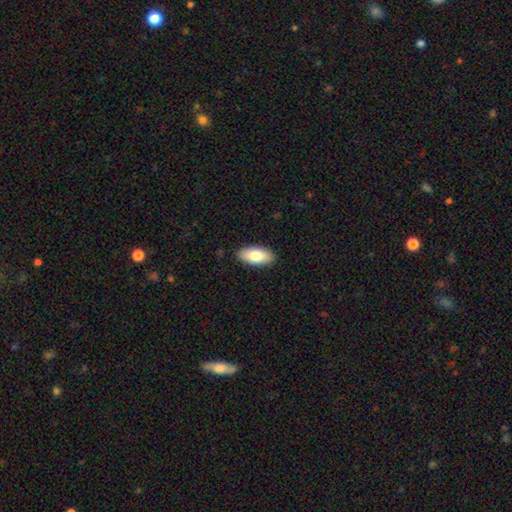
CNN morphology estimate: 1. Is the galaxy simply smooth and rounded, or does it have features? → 78% smooth, 15% featured or disk, 6% star or artifact.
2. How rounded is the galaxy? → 90% in between, 7% cigar-shaped, 2% round.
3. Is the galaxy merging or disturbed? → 89% none, 9% minor disturbance, 2% major disturbance, 1% merger.